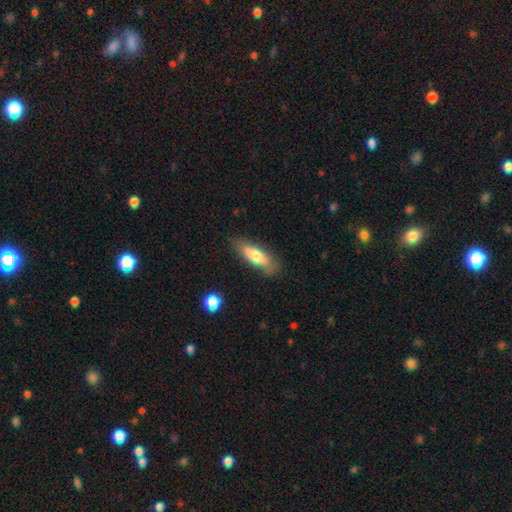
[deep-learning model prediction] smooth 66%, featured or disk 28%, star or artifact 6%. Down the decision tree: how rounded — in between (52%); merging — none (79%).